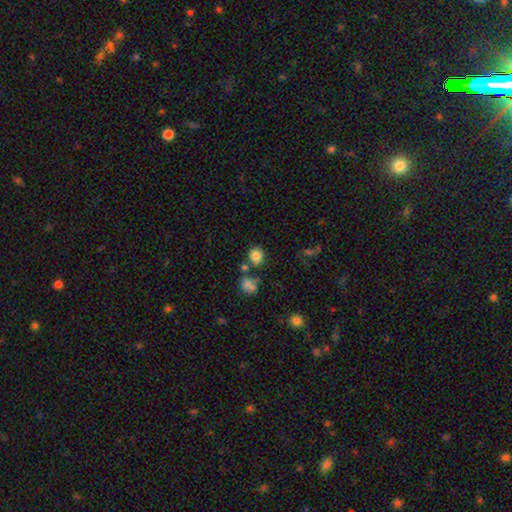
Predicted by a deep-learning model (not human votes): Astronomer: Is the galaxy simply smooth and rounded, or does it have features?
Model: smooth — 81%.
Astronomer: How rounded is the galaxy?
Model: round — 74%.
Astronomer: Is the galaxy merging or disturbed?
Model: none — 74%.